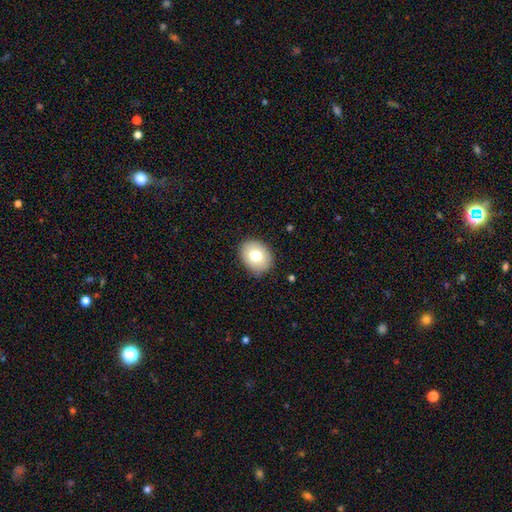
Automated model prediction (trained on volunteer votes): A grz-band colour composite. It shows a smooth galaxy with no disk features (75%) that is in between round and cigar-shaped (55%). Merging: none (86%).